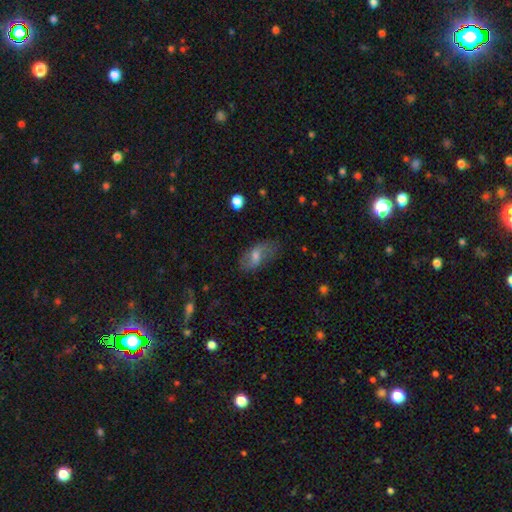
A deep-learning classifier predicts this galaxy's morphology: Smooth or featured? Predicted: smooth (p=0.46). Merging? Predicted: none (p=0.66).